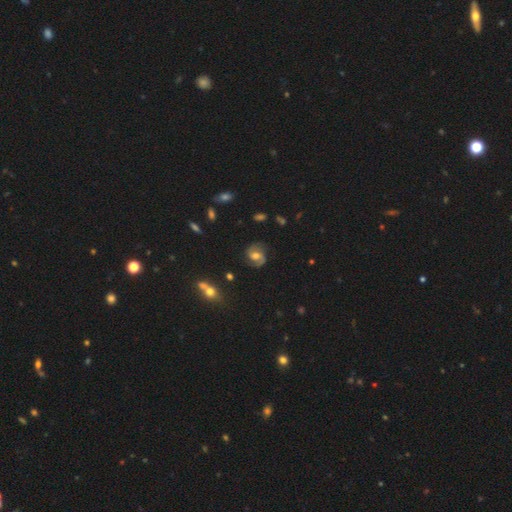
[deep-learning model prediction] Q: Smooth or featured?
A: featured or disk (79%); runner-up: smooth (14%)
Q: Edge-on disk?
A: no (97%); runner-up: yes (3%)
Q: Bar?
A: weak (48%); runner-up: no (40%)
Q: Spiral arms?
A: yes (95%); runner-up: no (5%)
Q: Spiral winding?
A: medium (54%); runner-up: loose (24%)
Q: Spiral arm count?
A: 2 (91%); runner-up: can't tell (4%)
Q: Bulge size?
A: moderate (67%); runner-up: small (18%)
Q: Merging?
A: none (80%); runner-up: minor disturbance (14%)